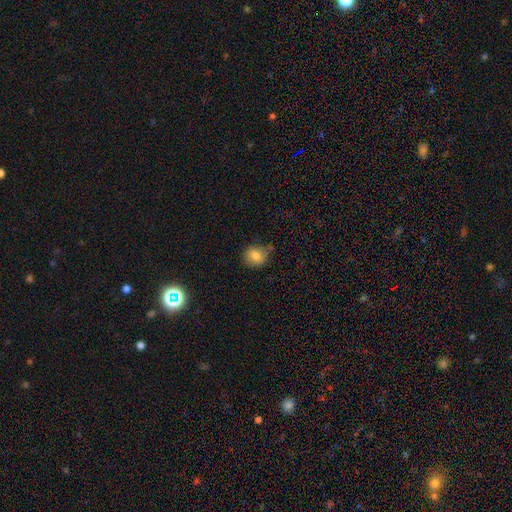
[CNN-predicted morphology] Smooth or featured: smooth — 79% (star or artifact — 11%)
How rounded: round — 76% (in between — 23%)
Merging: none — 70% (minor disturbance — 20%)